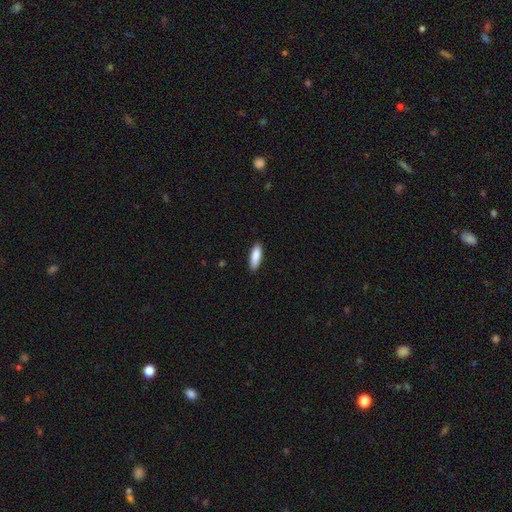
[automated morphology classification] smooth 88%, featured or disk 7%, star or artifact 6%. Down the decision tree: how rounded — in between (51%); merging — none (88%).